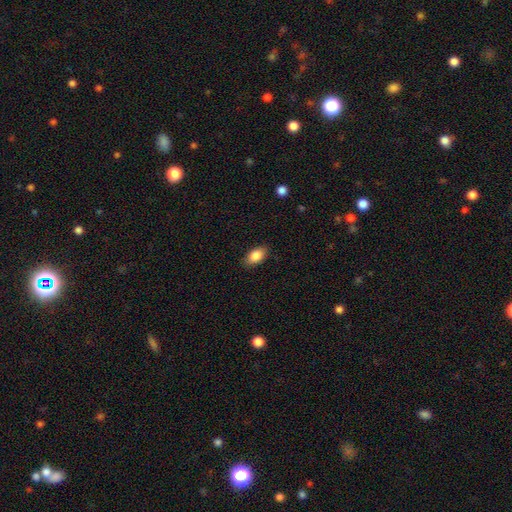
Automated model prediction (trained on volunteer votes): Q: Smooth or featured?
A: smooth (86%); runner-up: star or artifact (7%)
Q: How rounded?
A: in between (90%); runner-up: round (7%)
Q: Merging?
A: none (86%); runner-up: minor disturbance (10%)